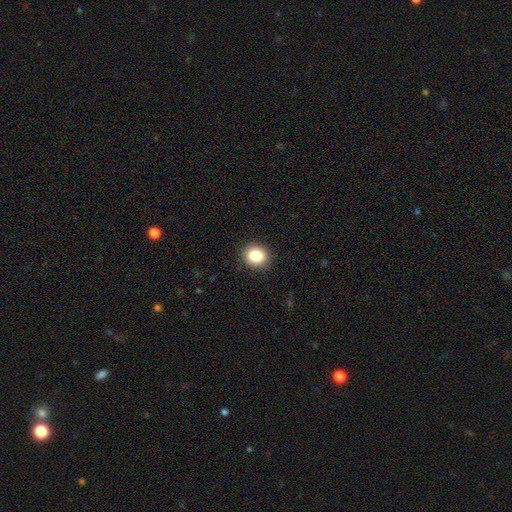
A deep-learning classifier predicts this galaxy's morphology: A smooth galaxy with no disk features (85%) that is round (69%). Merging: none (90%).